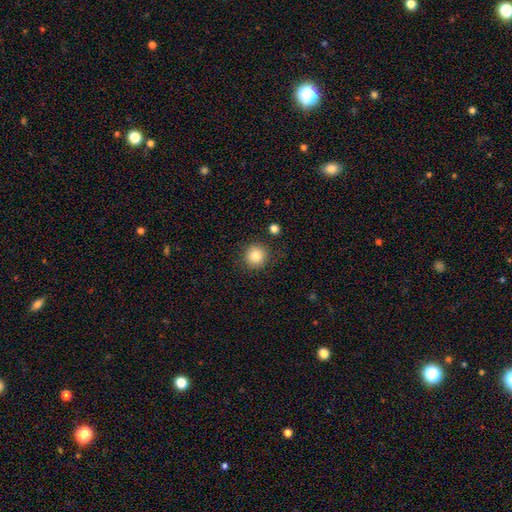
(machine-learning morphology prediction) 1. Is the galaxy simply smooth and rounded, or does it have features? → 83% smooth, 10% star or artifact, 6% featured or disk.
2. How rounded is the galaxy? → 93% round, 6% in between, 1% cigar-shaped.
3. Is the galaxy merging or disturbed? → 87% none, 8% minor disturbance, 3% major disturbance, 2% merger.